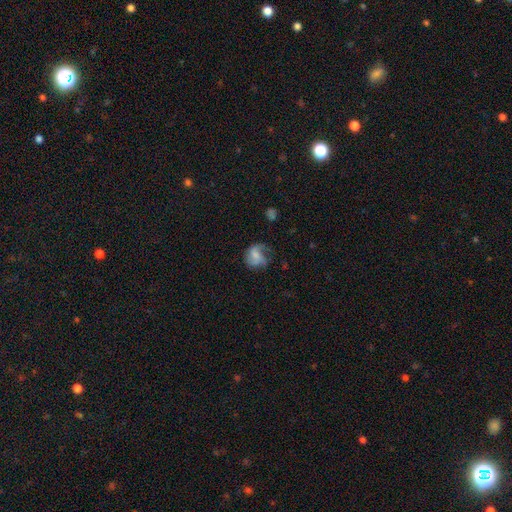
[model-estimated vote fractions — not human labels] smooth 49%, featured or disk 41%, star or artifact 9%. Down the decision tree: merging — none (43%).